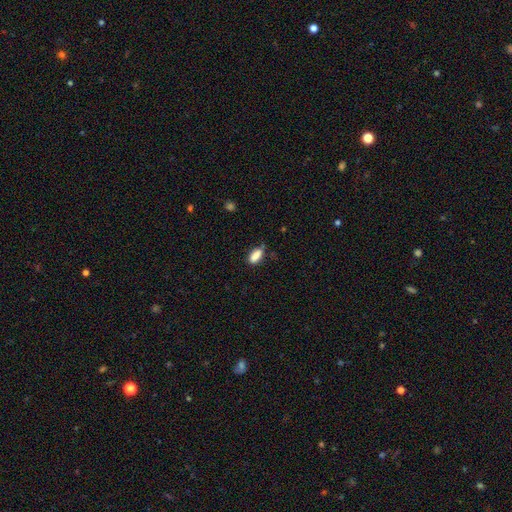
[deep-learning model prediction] Morphology: type=smooth (87%); roundness=in between (85%); merging=none (64%).